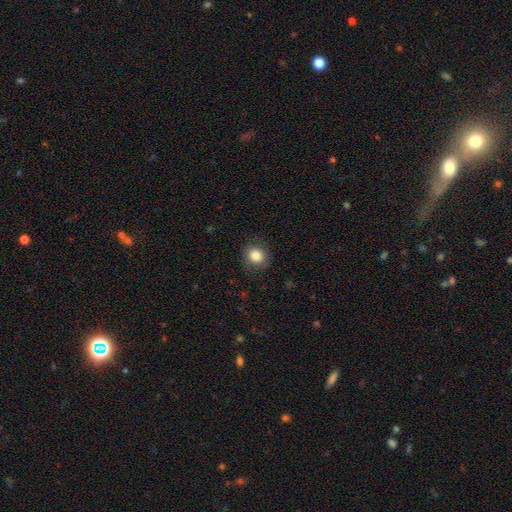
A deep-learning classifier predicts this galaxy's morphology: Smooth or featured?
  - smooth: 84% *
  - star or artifact: 10%
  - featured or disk: 6%
How rounded?
  - round: 73% *
  - in between: 26%
  - cigar-shaped: 1%
Merging?
  - none: 86% *
  - minor disturbance: 10%
  - major disturbance: 3%
  - merger: 1%